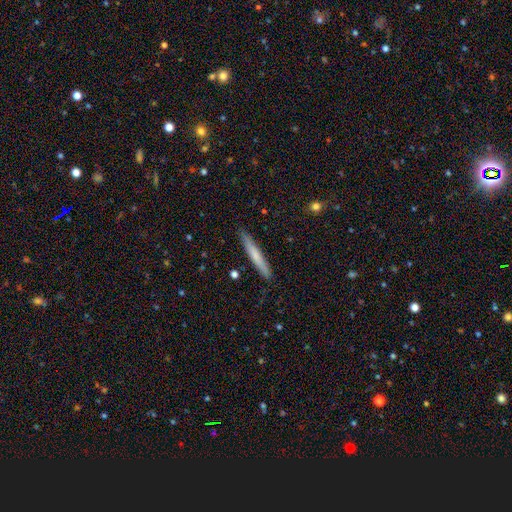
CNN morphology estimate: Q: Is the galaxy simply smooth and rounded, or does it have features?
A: smooth — 64%.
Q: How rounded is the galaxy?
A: cigar-shaped — 96%.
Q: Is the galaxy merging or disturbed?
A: none — 88%.